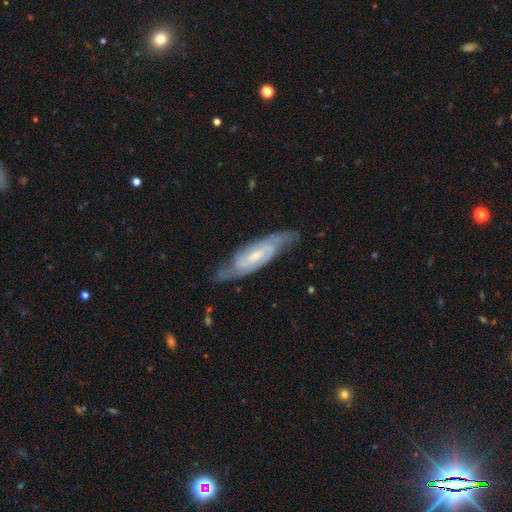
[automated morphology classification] Q: Smooth or featured?
A: featured or disk (83%); runner-up: smooth (11%)
Q: Edge-on disk?
A: no (82%); runner-up: yes (18%)
Q: Bar?
A: weak (49%); runner-up: no (32%)
Q: Spiral arms?
A: yes (95%); runner-up: no (5%)
Q: Spiral winding?
A: medium (46%); runner-up: tight (41%)
Q: Spiral arm count?
A: 2 (72%); runner-up: can't tell (15%)
Q: Bulge size?
A: small (57%); runner-up: moderate (33%)
Q: Merging?
A: none (75%); runner-up: minor disturbance (18%)